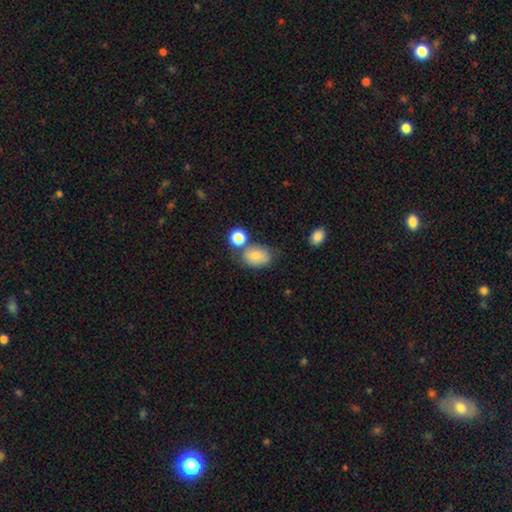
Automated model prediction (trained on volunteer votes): The model was most divided on "merging": none: 55%, minor disturbance: 20%, merger: 18%, major disturbance: 7%. More confident: how rounded — in between (76%); smooth or featured — smooth (75%).